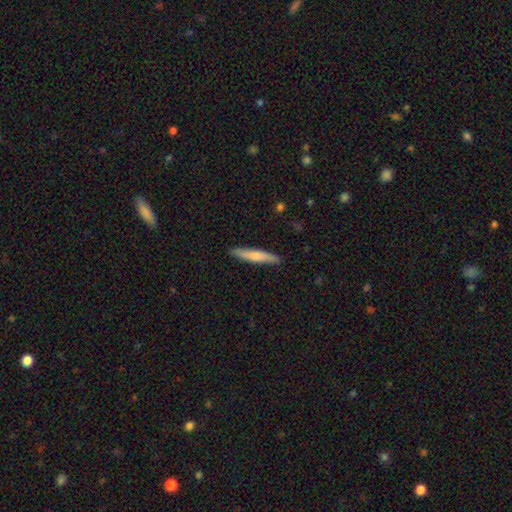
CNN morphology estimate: This appears to be a smooth galaxy with no disk features (69%) that is cigar-shaped (93%). Merging: none (90%).